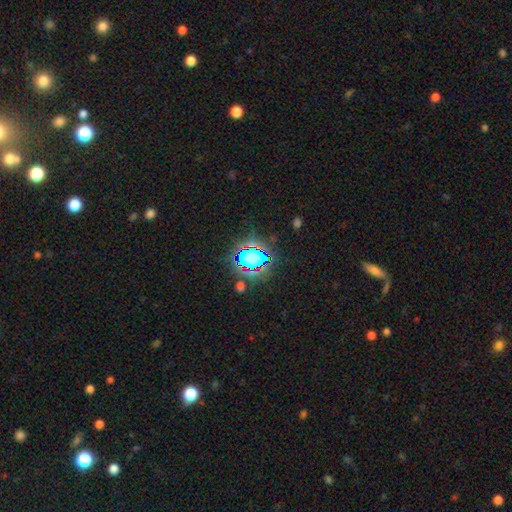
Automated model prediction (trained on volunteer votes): Morphology: type=star or artifact (65%).